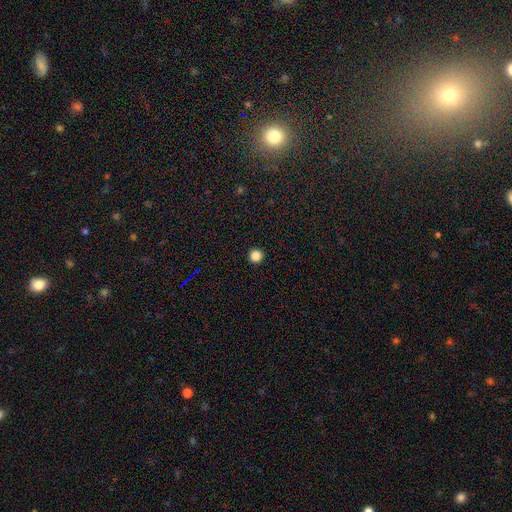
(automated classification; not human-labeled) smooth-or-featured: smooth: 86% | star or artifact: 11% | featured or disk: 3%
  how-rounded: round: 97% | in between: 2% | cigar-shaped: 1%
  merging: none: 94% | minor disturbance: 3% | major disturbance: 1% | merger: 1%